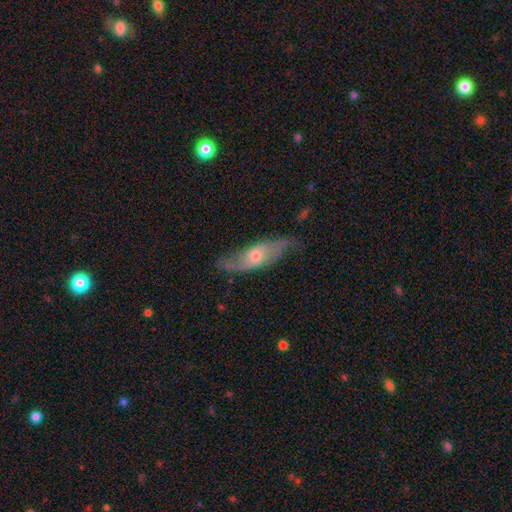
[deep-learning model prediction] A featured or disk galaxy (70%) with no bar (61%), spiral arms (87%) and a moderate central bulge (47%). Merging: none (68%).